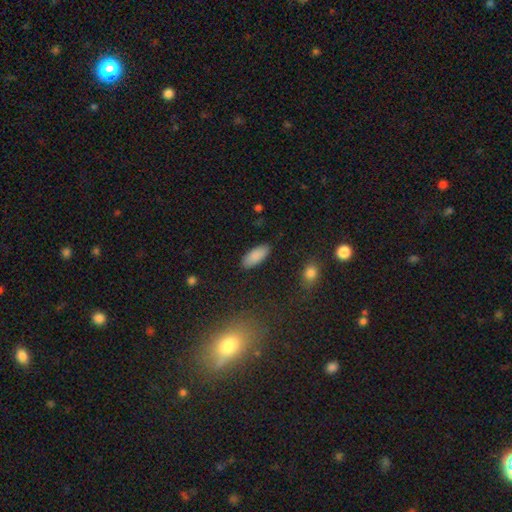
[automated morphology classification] type=smooth (89%); roundness=in between (83%); merging=none (88%).